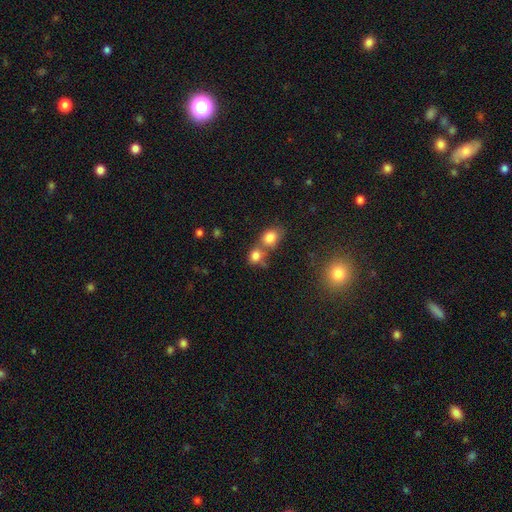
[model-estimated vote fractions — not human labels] A smooth galaxy with no disk features (80%) that is round (63%).

Vote fractions:
- Smooth or featured? smooth: 80% / star or artifact: 12% / featured or disk: 8%
- How rounded? round: 63% / in between: 35% / cigar-shaped: 1%
- Merging? merger: 49% / none: 40% / minor disturbance: 8% / major disturbance: 4%